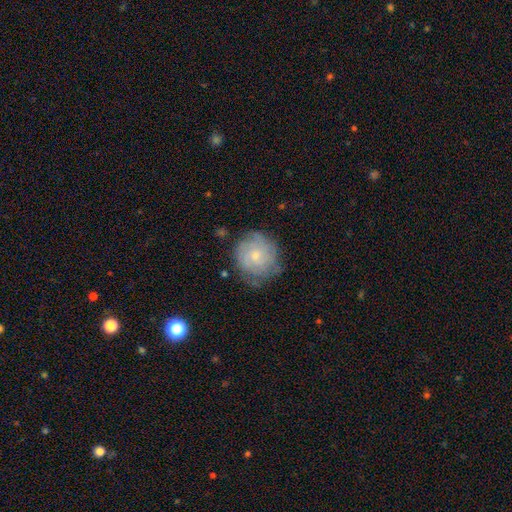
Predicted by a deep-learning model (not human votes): Smooth or featured?
  - featured or disk: 55% *
  - smooth: 37%
  - star or artifact: 8%
Edge-on disk?
  - no: 98% *
  - yes: 2%
Bar?
  - no: 80% *
  - weak: 17%
  - strong: 2%
Spiral arms?
  - yes: 80% *
  - no: 20%
Bulge size?
  - small: 66% *
  - moderate: 30%
  - none: 2%
  - large: 1%
  - dominant: 1%
Merging?
  - none: 71% *
  - minor disturbance: 21%
  - major disturbance: 7%
  - merger: 2%